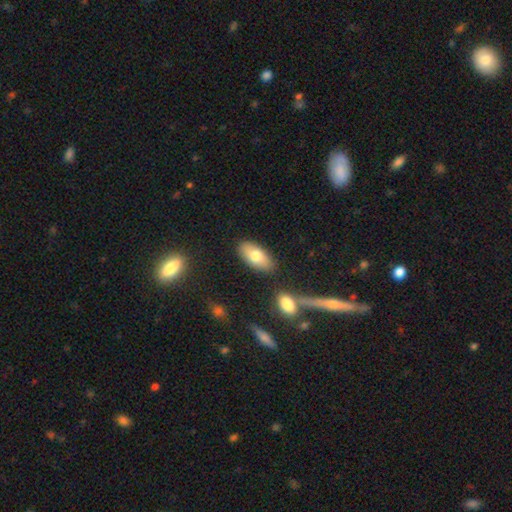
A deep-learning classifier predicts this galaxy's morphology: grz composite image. It shows a smooth galaxy with no disk features (74%) that is in between round and cigar-shaped (91%). Merging: none (82%).